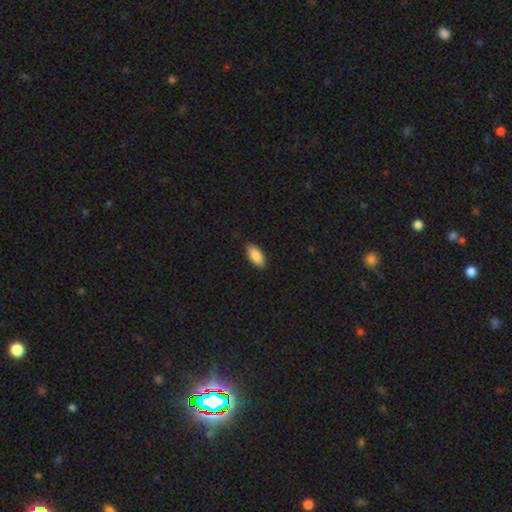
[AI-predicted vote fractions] A smooth galaxy with no disk features (88%) that is in between round and cigar-shaped (88%). Merging: none (86%).